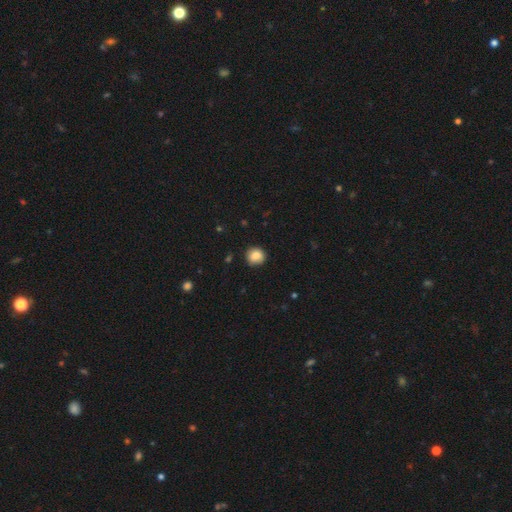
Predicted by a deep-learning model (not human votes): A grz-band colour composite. It shows a smooth galaxy with no disk features (84%) that is round (90%). Merging: none (87%).